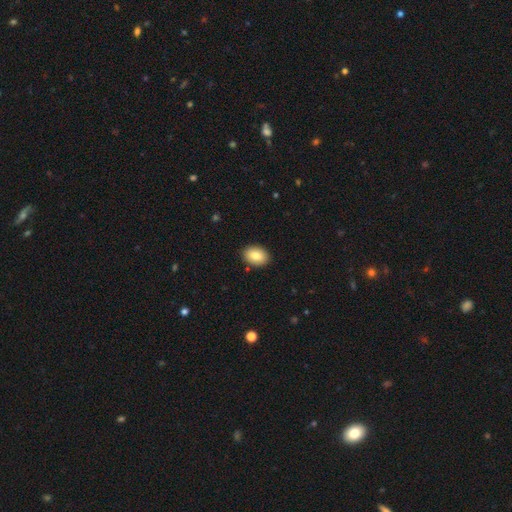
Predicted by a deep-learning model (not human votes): The model was most divided on "how rounded": in between: 80%, round: 19%, cigar-shaped: 1%. More confident: merging — none (90%); smooth or featured — smooth (84%).